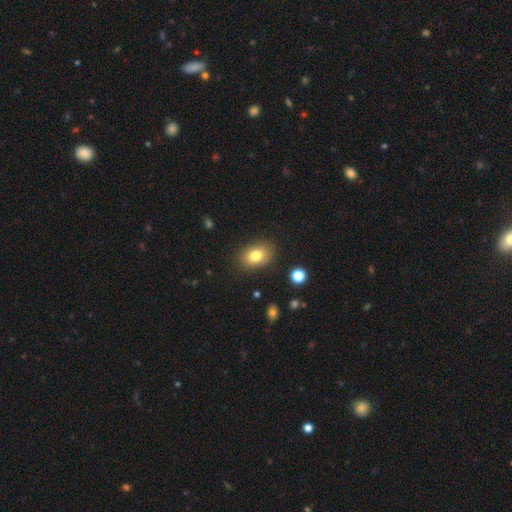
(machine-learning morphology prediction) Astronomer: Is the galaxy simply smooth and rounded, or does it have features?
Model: smooth — 80%.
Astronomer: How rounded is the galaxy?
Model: in between — 79%.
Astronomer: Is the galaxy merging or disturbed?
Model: none — 85%.